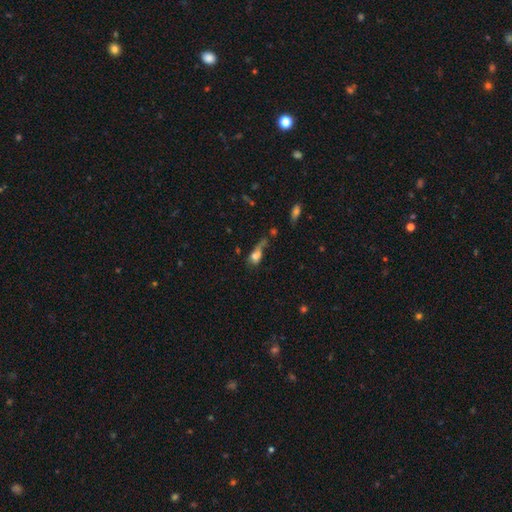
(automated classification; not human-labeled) This is likely a smooth galaxy (66%). How rounded: likely in between (62%). Merging: marginally major disturbance (37%).